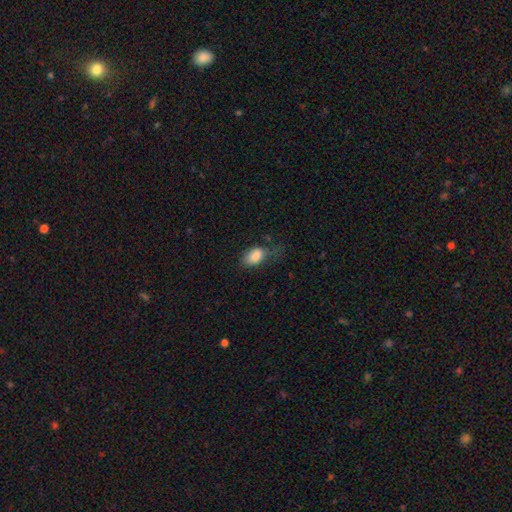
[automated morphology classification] Smooth or featured? Predicted: smooth (p=0.84). How rounded? Predicted: in between (p=0.88). Merging? Predicted: none (p=0.38).